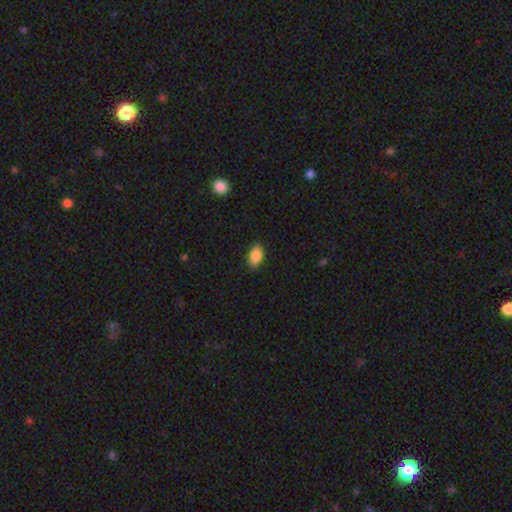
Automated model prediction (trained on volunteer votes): The model was most divided on "merging": none: 87%, minor disturbance: 10%, major disturbance: 2%, merger: 1%. More confident: how rounded — in between (90%); smooth or featured — smooth (85%).